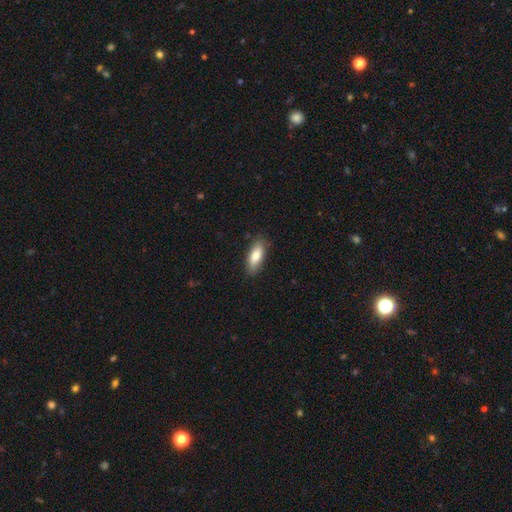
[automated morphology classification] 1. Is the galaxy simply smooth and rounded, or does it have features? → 80% smooth, 14% featured or disk, 6% star or artifact.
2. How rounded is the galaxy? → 74% in between, 23% cigar-shaped, 2% round.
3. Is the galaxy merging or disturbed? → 84% none, 12% minor disturbance, 2% major disturbance, 1% merger.